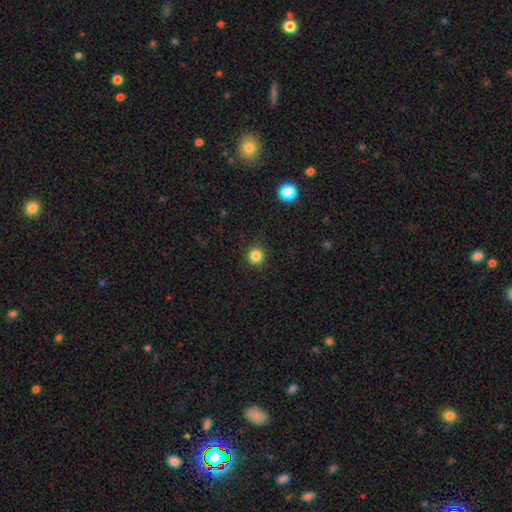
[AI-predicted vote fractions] Smooth or featured? Predicted: smooth (p=0.85). How rounded? Predicted: round (p=0.95). Merging? Predicted: none (p=0.91).